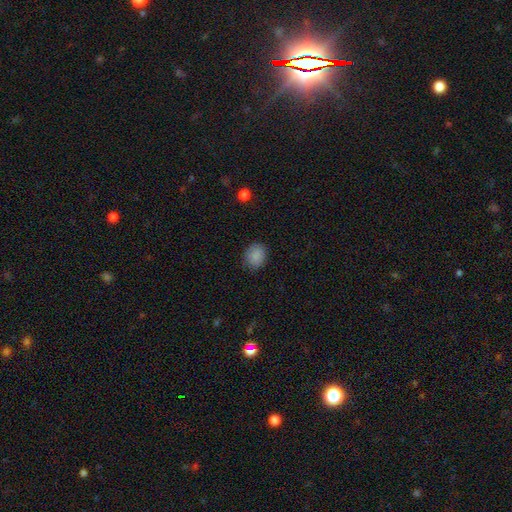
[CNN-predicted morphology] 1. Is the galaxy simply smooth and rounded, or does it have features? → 87% smooth, 9% star or artifact, 4% featured or disk.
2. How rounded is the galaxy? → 60% round, 39% in between, 1% cigar-shaped.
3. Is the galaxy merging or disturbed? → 83% none, 13% minor disturbance, 3% major disturbance, 1% merger.